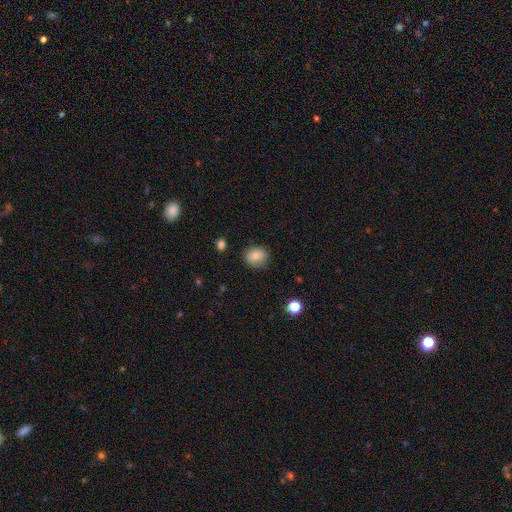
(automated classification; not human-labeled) Smooth or featured?
  - smooth: 79% *
  - featured or disk: 12%
  - star or artifact: 9%
How rounded?
  - round: 73% *
  - in between: 26%
  - cigar-shaped: 1%
Merging?
  - none: 81% *
  - minor disturbance: 14%
  - major disturbance: 3%
  - merger: 1%